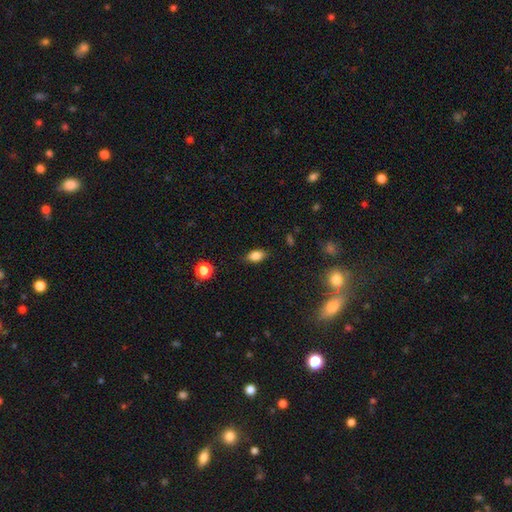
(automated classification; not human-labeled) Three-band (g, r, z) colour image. It shows a smooth galaxy with no disk features (83%) that is in between round and cigar-shaped (85%). Merging: none (82%).